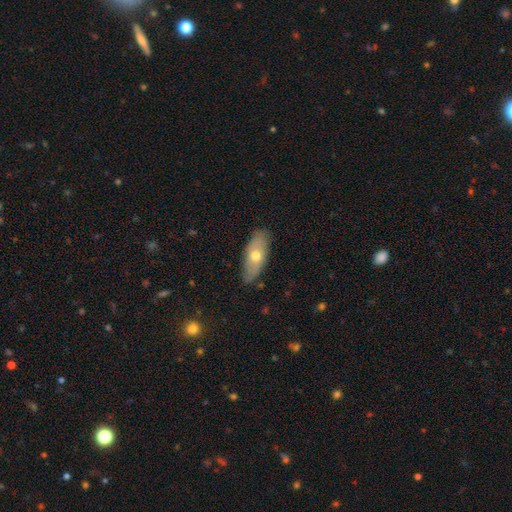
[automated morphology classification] This appears to be a smooth galaxy with no disk features (54%) that is in between round and cigar-shaped (76%). Merging: none (82%).